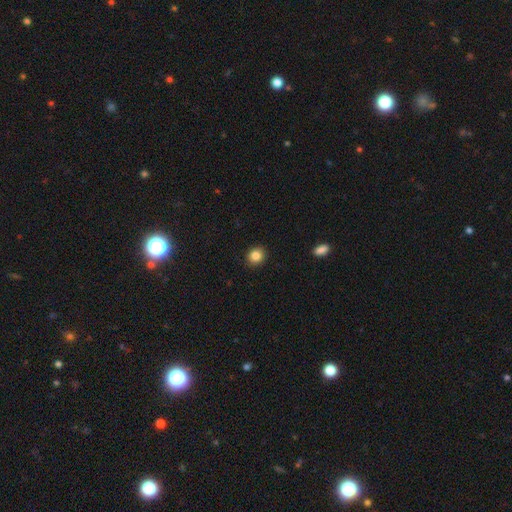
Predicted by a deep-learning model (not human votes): smooth-or-featured: smooth: 86% | star or artifact: 10% | featured or disk: 5%
  how-rounded: round: 83% | in between: 16% | cigar-shaped: 1%
  merging: none: 91% | minor disturbance: 6% | major disturbance: 2% | merger: 1%